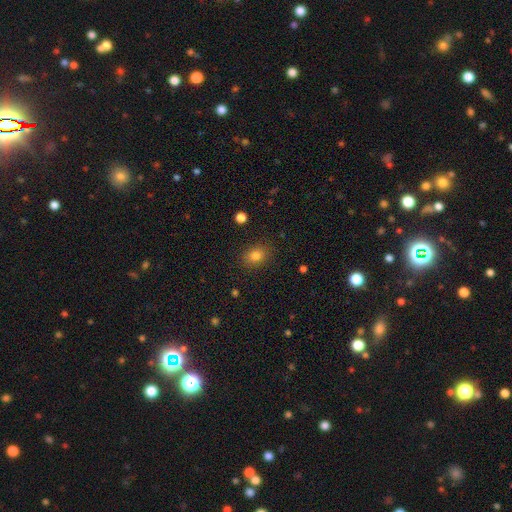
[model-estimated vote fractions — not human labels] A smooth galaxy with no disk features (81%) that is in between round and cigar-shaped (59%). Merging: none (86%).